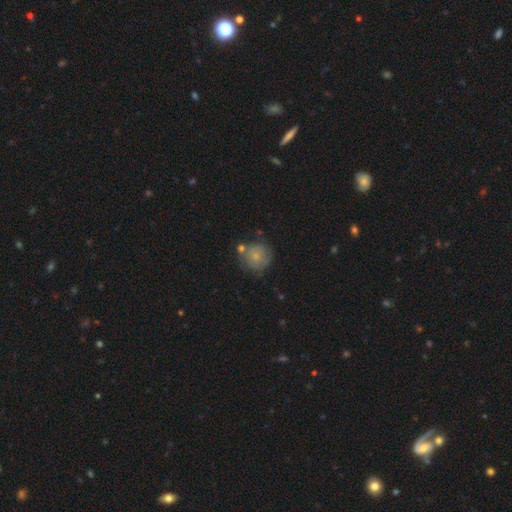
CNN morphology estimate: type=smooth (67%); roundness=round (91%); merging=none (63%).